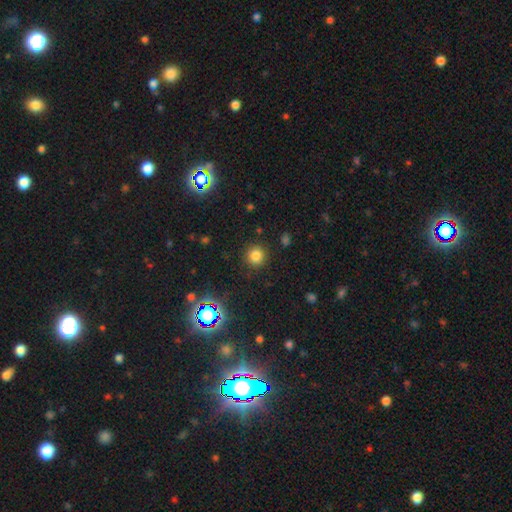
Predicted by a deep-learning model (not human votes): Overall: smooth (78%). How rounded: round (93%). Merging: none (89%).